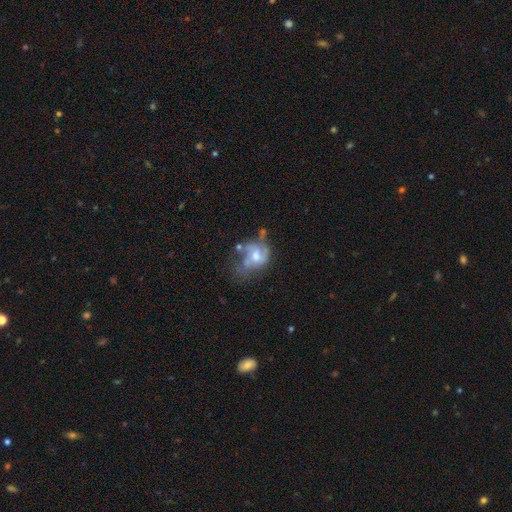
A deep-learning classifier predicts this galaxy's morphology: Smooth or featured? Predicted: featured or disk (p=0.58). Edge-on disk? Predicted: no (p=0.97). Bar? Predicted: no (p=0.68). Spiral arms? Predicted: no (p=0.53). Bulge size? Predicted: moderate (p=0.58). Merging? Predicted: major disturbance (p=0.36).